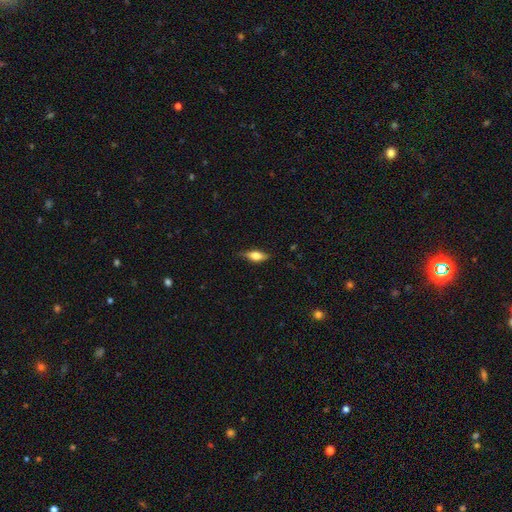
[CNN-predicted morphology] A smooth galaxy with no disk features (56%) that is in between round and cigar-shaped (69%).

Vote fractions:
- Smooth or featured? smooth: 56% / featured or disk: 37% / star or artifact: 7%
- How rounded? in between: 69% / cigar-shaped: 26% / round: 5%
- Merging? none: 78% / minor disturbance: 18% / major disturbance: 3% / merger: 1%